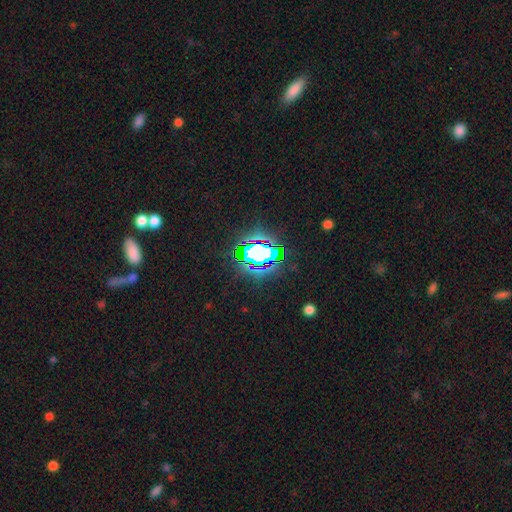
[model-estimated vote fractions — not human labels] A star or artifact, not a galaxy (79%).